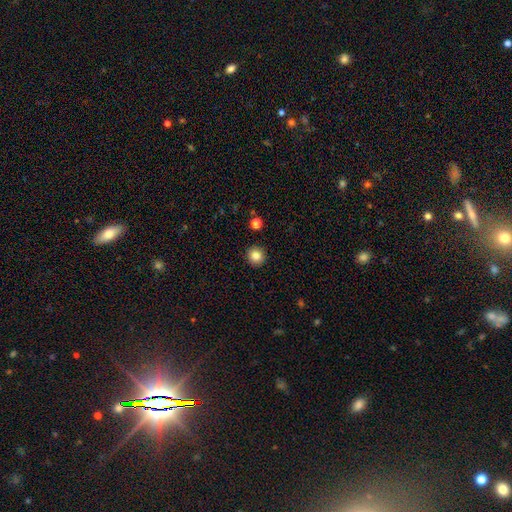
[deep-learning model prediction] smooth 85%, star or artifact 10%, featured or disk 5%. Down the decision tree: how rounded — round (93%); merging — none (92%).